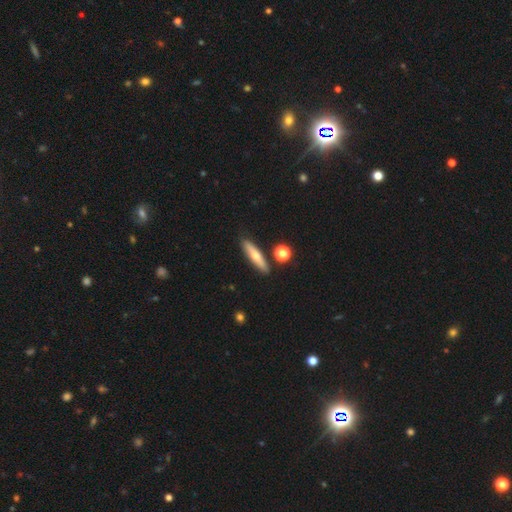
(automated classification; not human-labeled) This is possibly a smooth galaxy (58%). How rounded: likely cigar-shaped (78%). Merging: clearly none (83%).